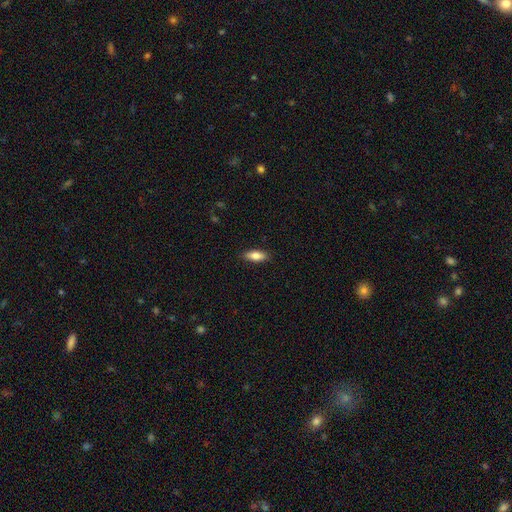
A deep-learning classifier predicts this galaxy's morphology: A smooth galaxy with no disk features (80%) that is in between round and cigar-shaped (70%).

Vote fractions:
- Smooth or featured? smooth: 80% / featured or disk: 14% / star or artifact: 6%
- How rounded? in between: 70% / cigar-shaped: 27% / round: 2%
- Merging? none: 88% / minor disturbance: 9% / major disturbance: 2% / merger: 1%